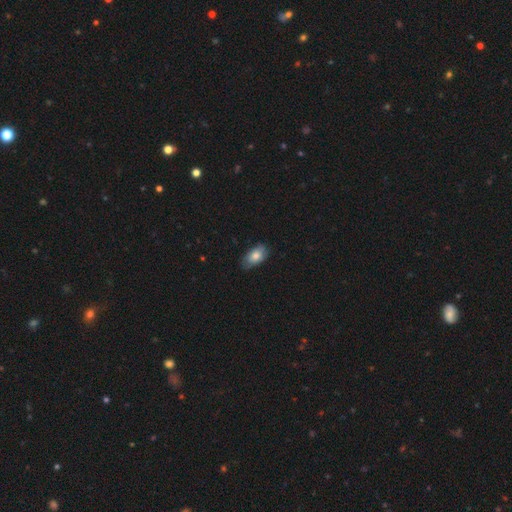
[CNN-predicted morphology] type=smooth (78%); roundness=in between (92%); merging=none (76%).